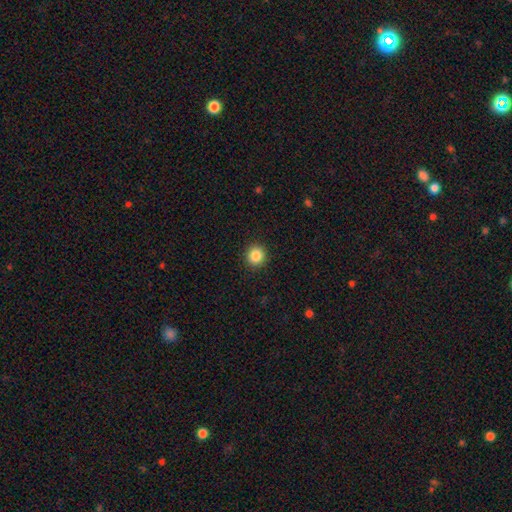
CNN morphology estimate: smooth 85%, star or artifact 10%, featured or disk 4%. Down the decision tree: how rounded — round (92%); merging — none (92%).